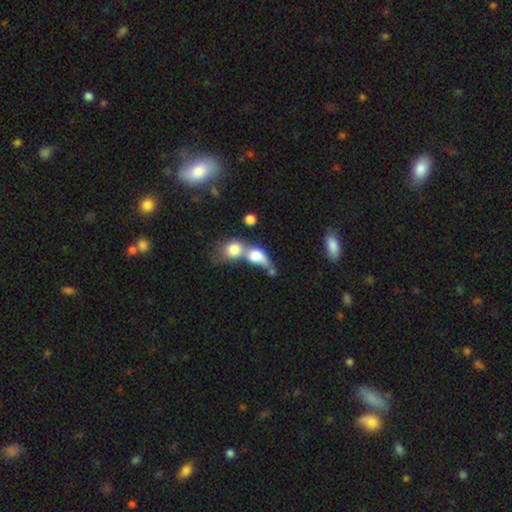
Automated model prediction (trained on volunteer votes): Morphology: type=smooth (73%); roundness=in between (58%); merging=merger (75%).